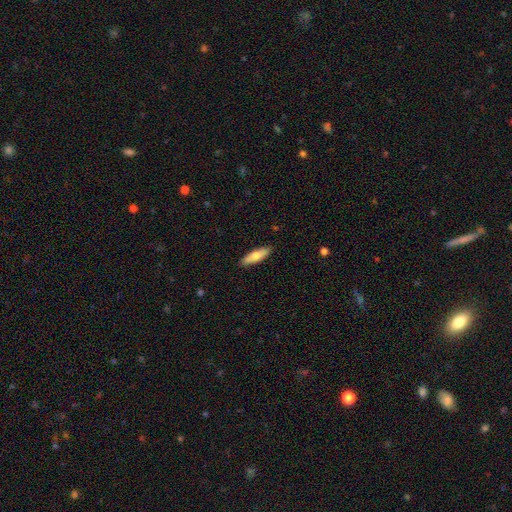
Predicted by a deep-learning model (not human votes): The model was most divided on "how rounded": cigar-shaped: 56%, in between: 42%, round: 2%. More confident: merging — none (88%); smooth or featured — smooth (69%).